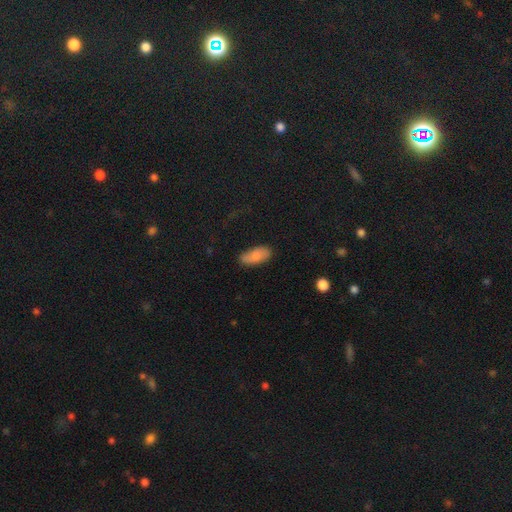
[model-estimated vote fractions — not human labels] Morphology: type=smooth (78%); roundness=in between (88%); merging=none (75%).